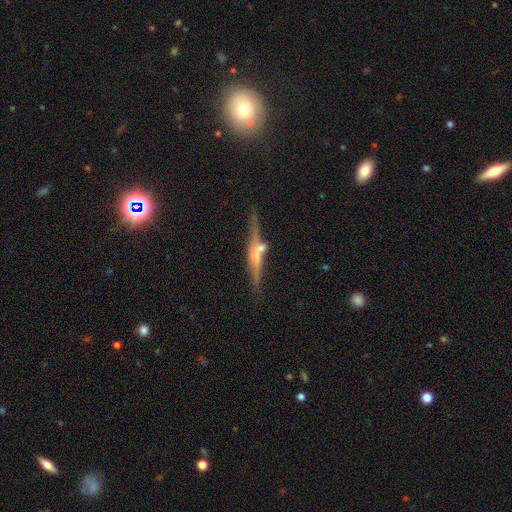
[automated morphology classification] A featured or disk galaxy (69%) viewed edge-on (95%) with a rounded central bulge (67%). Merging: none (78%).